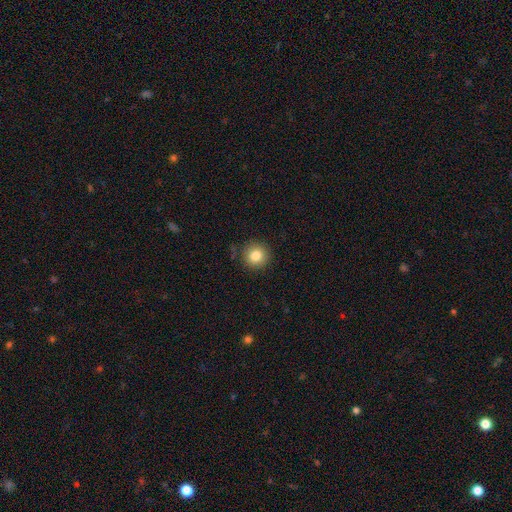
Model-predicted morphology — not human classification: Smooth or featured: smooth — 83% (star or artifact — 10%)
How rounded: round — 94% (in between — 5%)
Merging: none — 87% (minor disturbance — 9%)